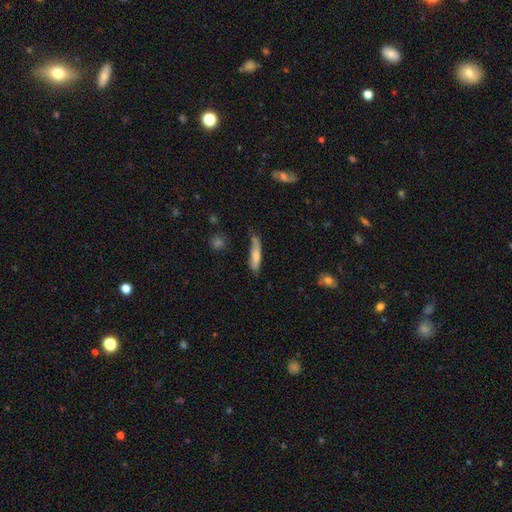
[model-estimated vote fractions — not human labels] Smooth or featured: smooth — 72% (featured or disk — 22%)
How rounded: cigar-shaped — 76% (in between — 22%)
Merging: none — 58% (minor disturbance — 29%)